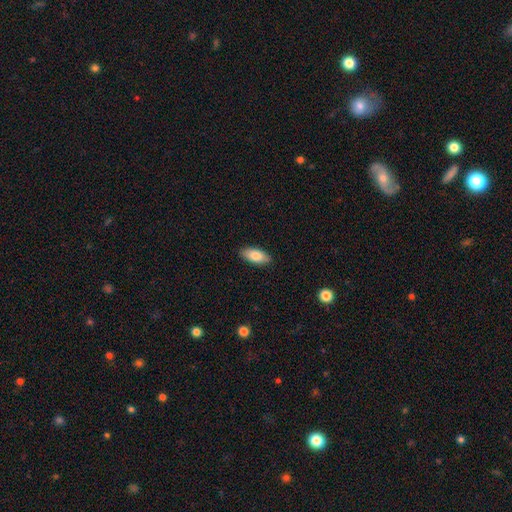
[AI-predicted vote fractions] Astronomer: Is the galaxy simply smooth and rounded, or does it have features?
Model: smooth — 81%.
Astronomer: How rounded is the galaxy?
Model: in between — 87%.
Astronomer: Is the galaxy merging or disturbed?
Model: none — 89%.